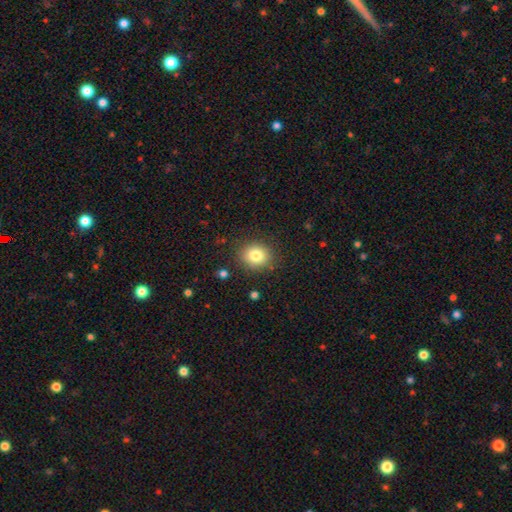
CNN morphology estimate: This is clearly a smooth galaxy (81%). How rounded: likely round (68%). Merging: clearly none (87%).